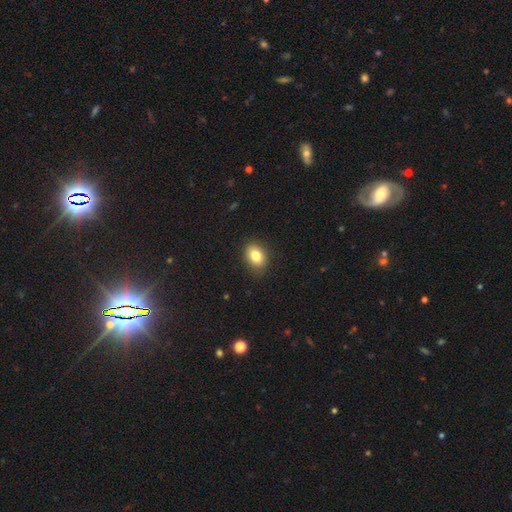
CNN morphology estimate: A smooth galaxy with no disk features (82%) that is in between round and cigar-shaped (75%). Merging: none (87%).